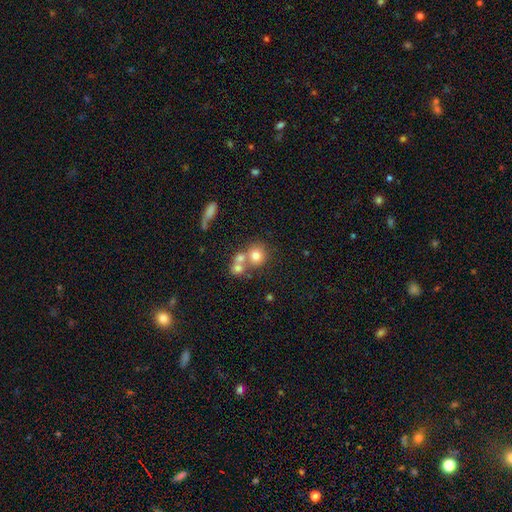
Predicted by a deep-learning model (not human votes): A smooth galaxy with no disk features (71%) that is round (84%).

Vote fractions:
- Smooth or featured? smooth: 71% / featured or disk: 16% / star or artifact: 13%
- How rounded? round: 84% / in between: 15% / cigar-shaped: 1%
- Merging? none: 45% / merger: 43% / minor disturbance: 8% / major disturbance: 4%